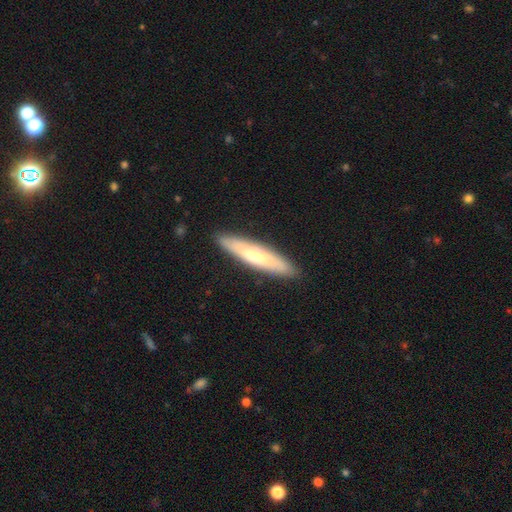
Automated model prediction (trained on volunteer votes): This appears to be a smooth galaxy with no disk features (52%) that is cigar-shaped (81%). Merging: none (89%).